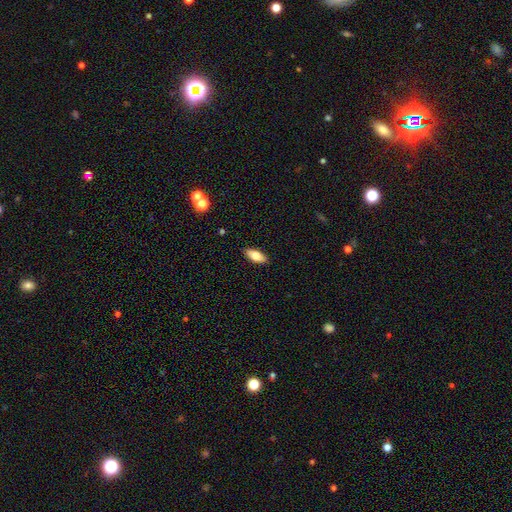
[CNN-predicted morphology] Smooth or featured? smooth (74%)
How rounded? in between (81%)
Merging? none (89%)